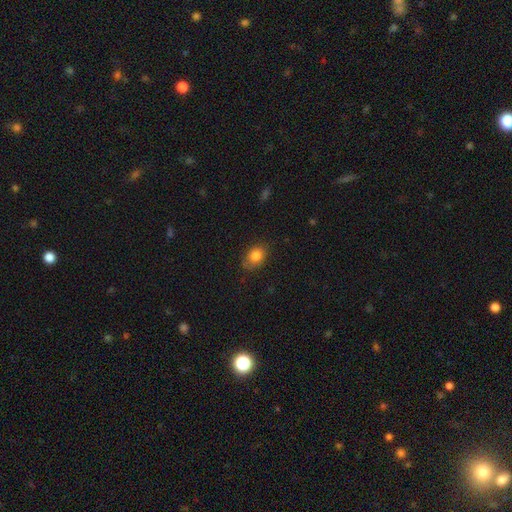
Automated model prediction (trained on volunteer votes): Smooth or featured?
  - smooth: 83% *
  - star or artifact: 9%
  - featured or disk: 8%
How rounded?
  - in between: 69% *
  - round: 30%
  - cigar-shaped: 1%
Merging?
  - none: 74% *
  - minor disturbance: 21%
  - major disturbance: 5%
  - merger: 1%